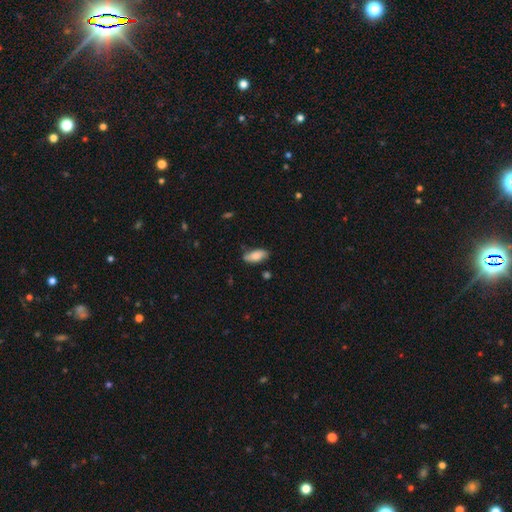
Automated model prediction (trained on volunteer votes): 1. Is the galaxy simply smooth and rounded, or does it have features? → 79% smooth, 14% featured or disk, 7% star or artifact.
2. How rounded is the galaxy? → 85% in between, 12% cigar-shaped, 2% round.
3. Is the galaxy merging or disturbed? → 76% none, 19% minor disturbance, 3% major disturbance, 2% merger.